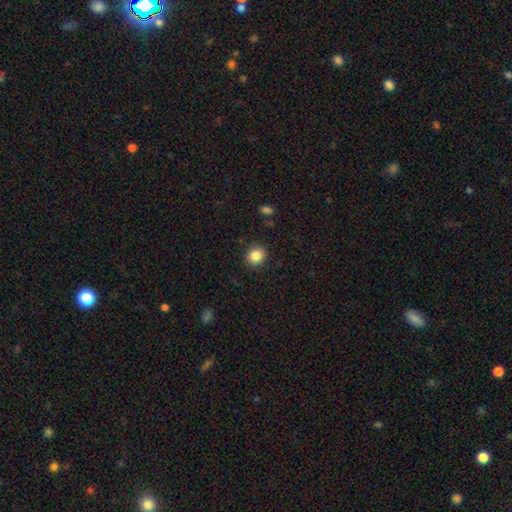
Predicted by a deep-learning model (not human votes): Morphology: type=smooth (85%); roundness=round (76%); merging=none (89%).